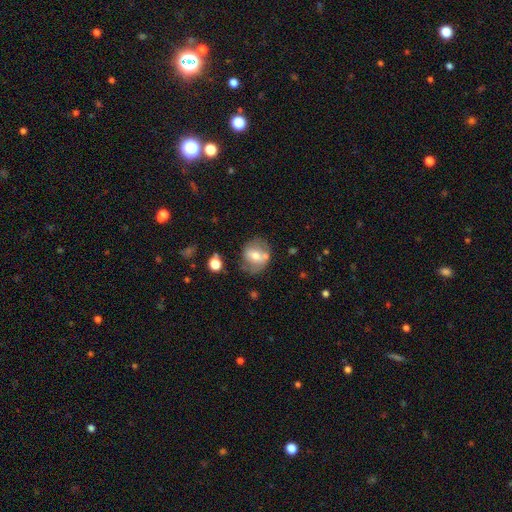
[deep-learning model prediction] Overall: smooth (51%; featured or disk 40%). How rounded: round (64%; in between 35%). Merging: none (59%; minor disturbance 21%).